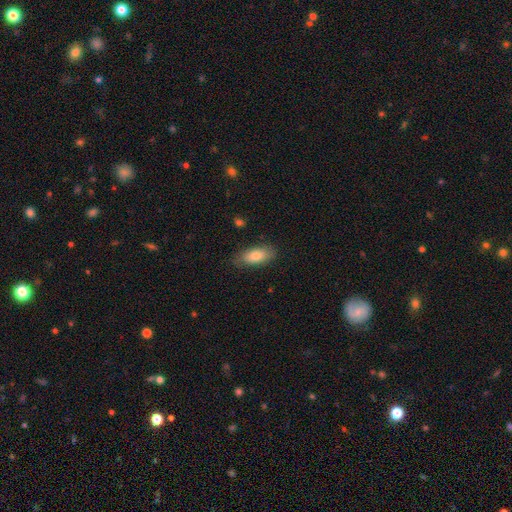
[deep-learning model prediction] smooth 79%, featured or disk 14%, star or artifact 7%. Down the decision tree: how rounded — in between (84%); merging — none (80%).